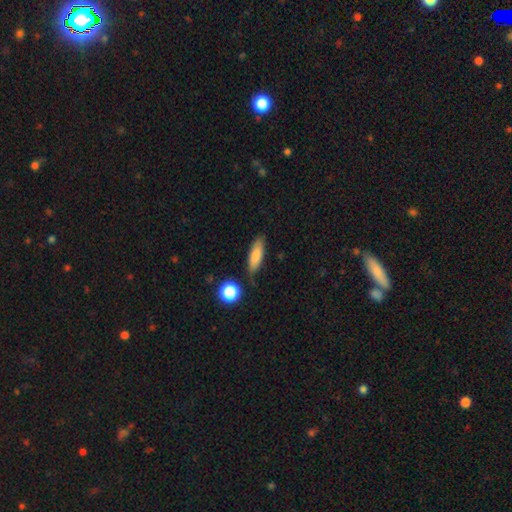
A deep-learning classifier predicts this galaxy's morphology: The model was most divided on "how rounded": in between: 50%, cigar-shaped: 47%, round: 3%. More confident: smooth or featured — smooth (80%); merging — none (75%).